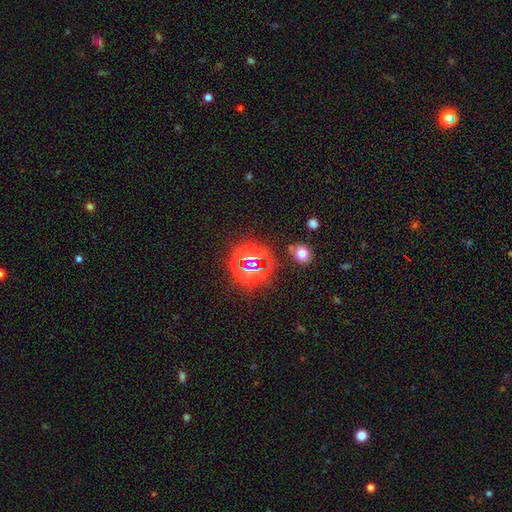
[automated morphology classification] The model was most divided on "smooth or featured": star or artifact: 80%, smooth: 13%, featured or disk: 6%.